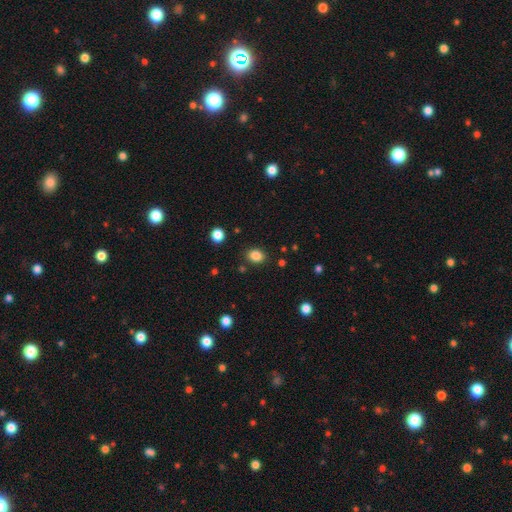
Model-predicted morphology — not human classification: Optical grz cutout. It shows a smooth galaxy with no disk features (84%) that is in between round and cigar-shaped (53%). Merging: none (86%).